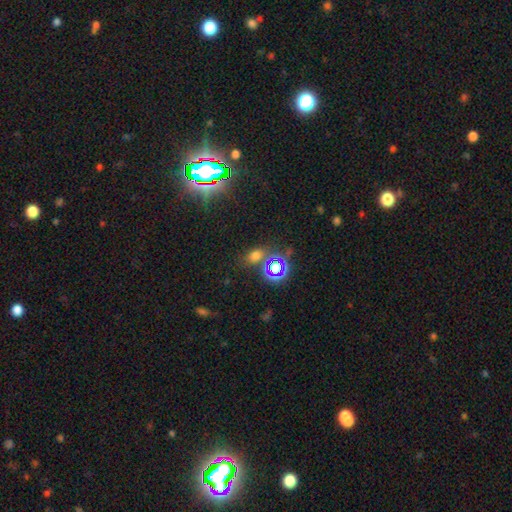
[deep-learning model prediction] smooth 55%, star or artifact 38%, featured or disk 8%. Down the decision tree: how rounded — in between (66%); merging — none (71%).